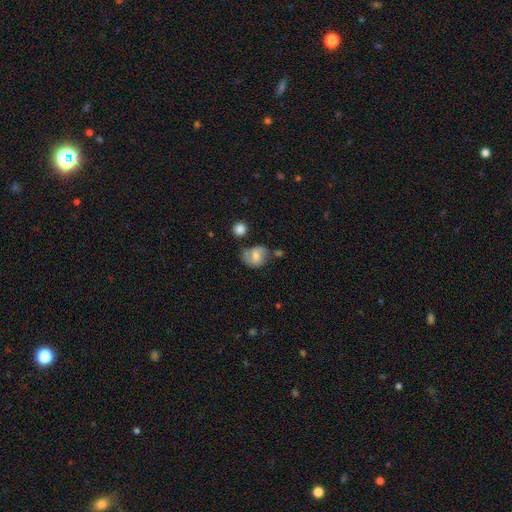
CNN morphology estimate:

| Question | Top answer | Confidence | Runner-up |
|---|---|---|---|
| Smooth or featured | smooth | 51% | featured or disk (41%) |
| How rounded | round | 62% | in between (37%) |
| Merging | none | 57% | minor disturbance (25%) |